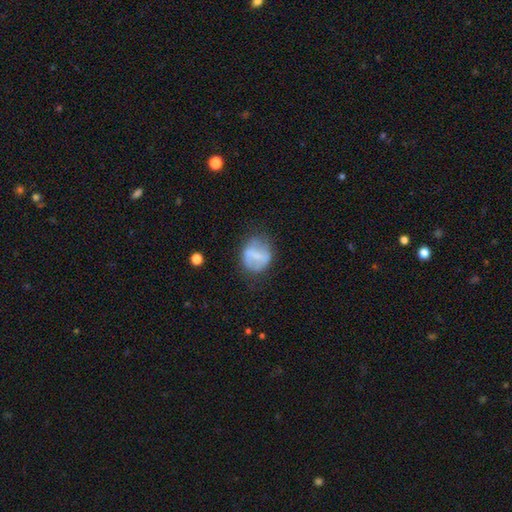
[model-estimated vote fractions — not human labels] Smooth or featured? Predicted: smooth (p=0.51). How rounded? Predicted: round (p=0.69). Merging? Predicted: none (p=0.61).